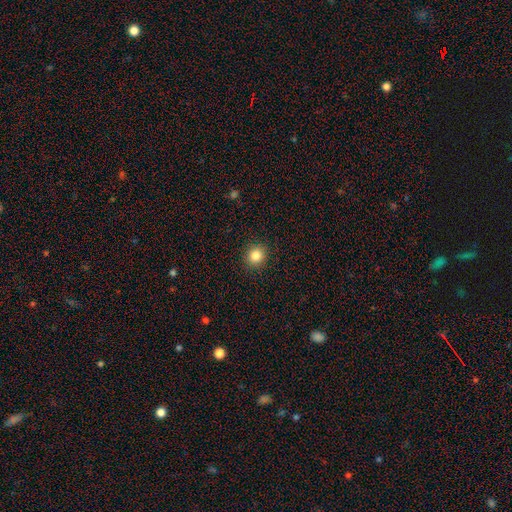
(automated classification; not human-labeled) Smooth or featured: smooth — 84% (star or artifact — 11%)
How rounded: round — 90% (in between — 9%)
Merging: none — 92% (minor disturbance — 5%)